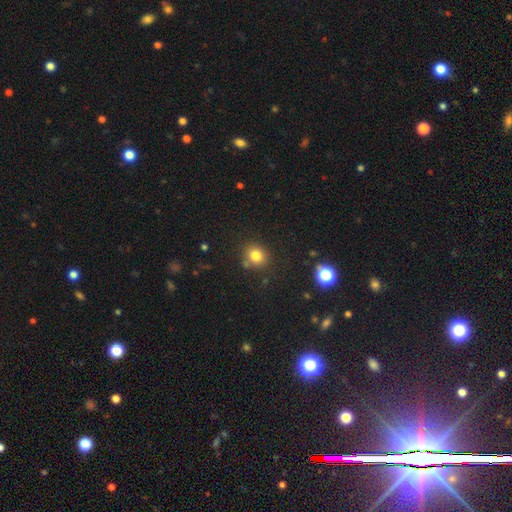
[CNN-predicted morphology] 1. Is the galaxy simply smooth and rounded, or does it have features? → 79% smooth, 14% star or artifact, 7% featured or disk.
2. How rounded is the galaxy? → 78% round, 22% in between, 1% cigar-shaped.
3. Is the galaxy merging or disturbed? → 79% none, 11% minor disturbance, 6% merger, 3% major disturbance.